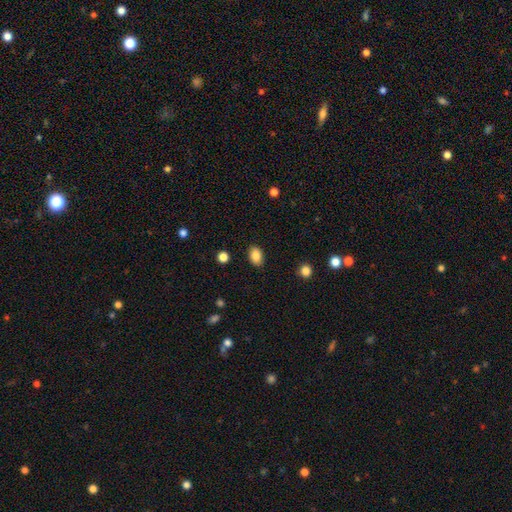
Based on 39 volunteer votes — smooth_or_featured: smooth (p=0.95) [alt: featured or disk p=0.03]
how_rounded: in between (p=0.65) [alt: round p=0.35]
merging: none (p=0.74) [alt: major disturbance p=0.13]